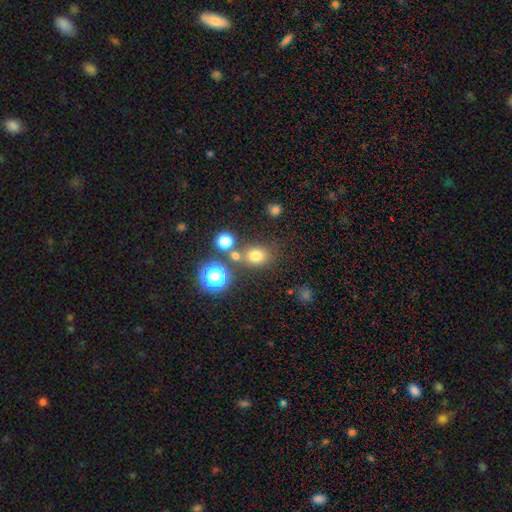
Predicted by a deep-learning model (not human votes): Q: Smooth or featured?
A: smooth (73%); runner-up: star or artifact (19%)
Q: How rounded?
A: round (65%); runner-up: in between (34%)
Q: Merging?
A: none (67%); runner-up: merger (16%)